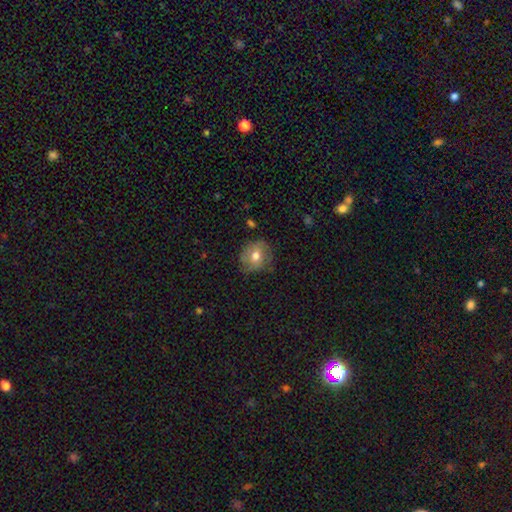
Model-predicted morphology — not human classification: Smooth or featured? smooth (66%)
How rounded? round (72%)
Merging? none (70%)